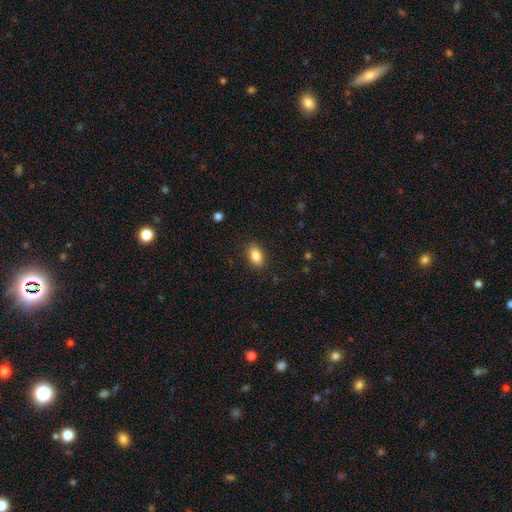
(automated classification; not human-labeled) Morphology: type=smooth (85%); roundness=in between (88%); merging=none (87%).